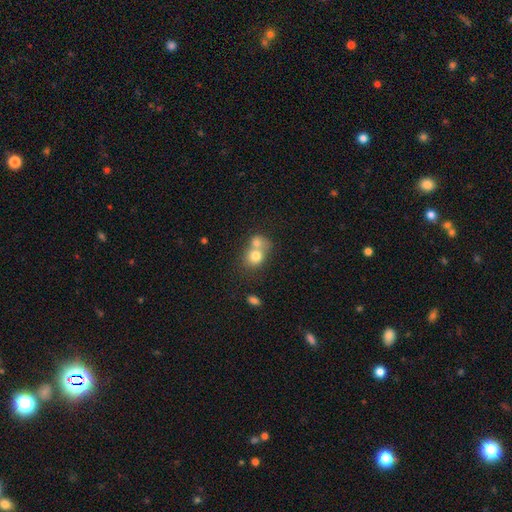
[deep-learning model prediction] Smooth or featured?
  - smooth: 73% *
  - featured or disk: 17%
  - star or artifact: 10%
How rounded?
  - round: 64% *
  - in between: 35%
  - cigar-shaped: 1%
Merging?
  - merger: 64% *
  - none: 25%
  - minor disturbance: 7%
  - major disturbance: 4%